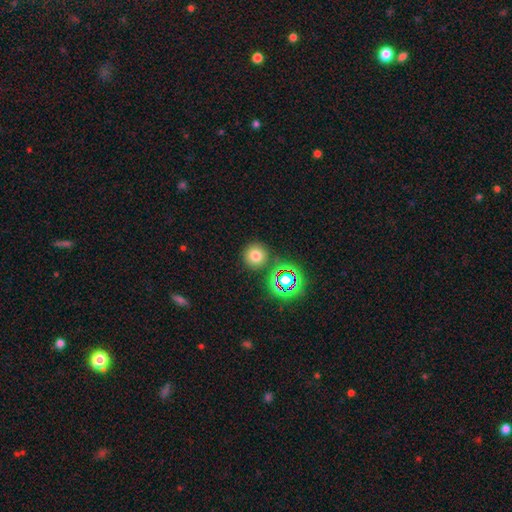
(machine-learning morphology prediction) This appears to be a smooth galaxy with no disk features (72%) that is round (94%). Merging: none (84%).